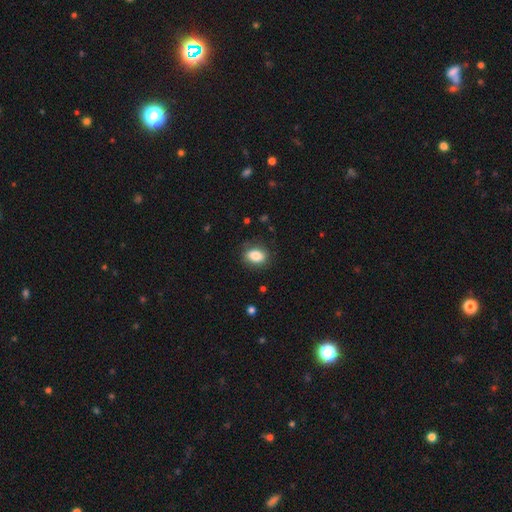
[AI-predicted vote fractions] Overall: smooth (84%). How rounded: in between (76%). Merging: none (82%).